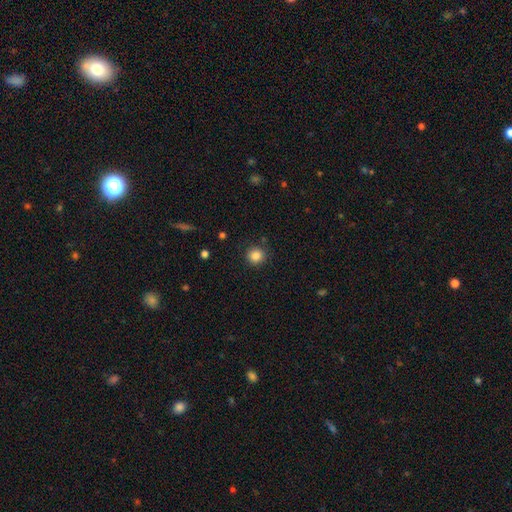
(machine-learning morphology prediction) A smooth galaxy with no disk features (85%) that is round (93%).

Vote fractions:
- Smooth or featured? smooth: 85% / star or artifact: 11% / featured or disk: 4%
- How rounded? round: 93% / in between: 6% / cigar-shaped: 1%
- Merging? none: 88% / minor disturbance: 8% / major disturbance: 2% / merger: 2%